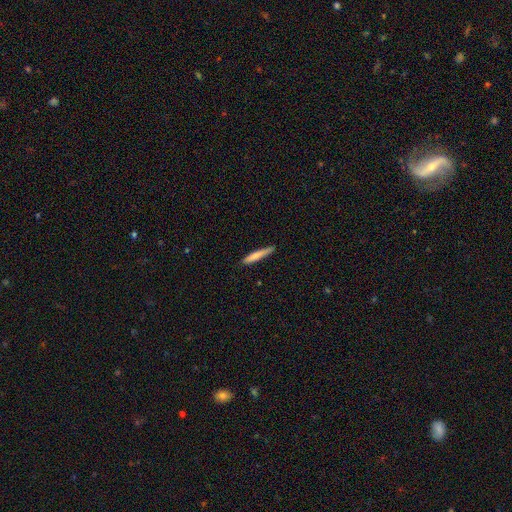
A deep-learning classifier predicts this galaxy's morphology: Smooth or featured: smooth — 72% (featured or disk — 22%)
How rounded: cigar-shaped — 93% (in between — 6%)
Merging: none — 82% (minor disturbance — 15%)